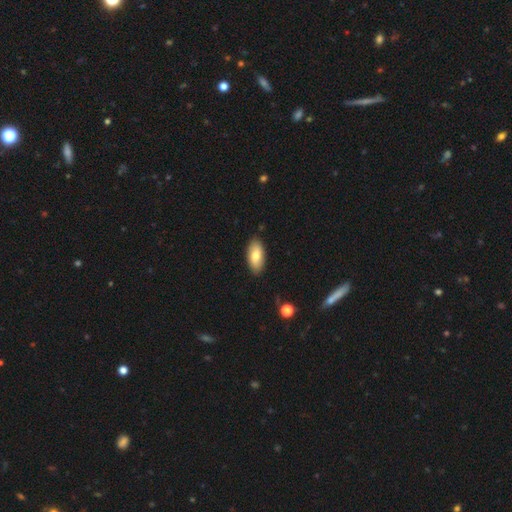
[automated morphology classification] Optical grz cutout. It shows a smooth galaxy with no disk features (77%) that is in between round and cigar-shaped (91%). Merging: none (87%).